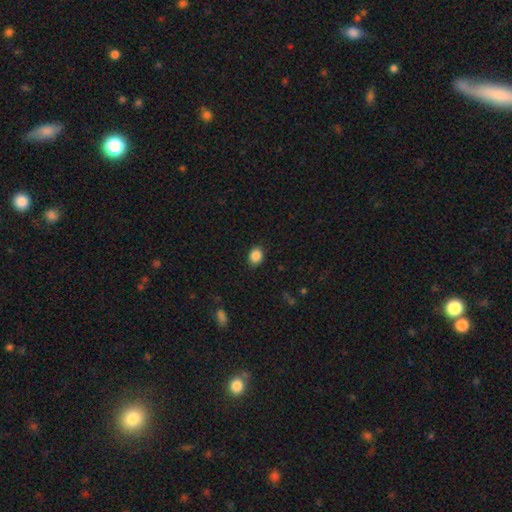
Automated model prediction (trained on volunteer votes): This appears to be a smooth galaxy with no disk features (87%) that is round (58%). Merging: none (88%).